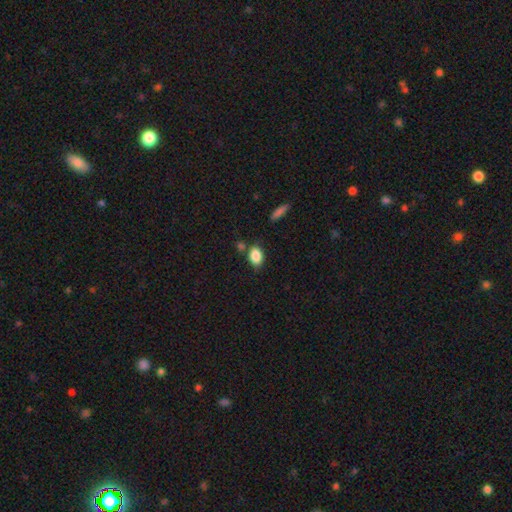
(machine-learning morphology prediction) A smooth galaxy with no disk features (86%) that is in between round and cigar-shaped (81%). Merging: none (71%).